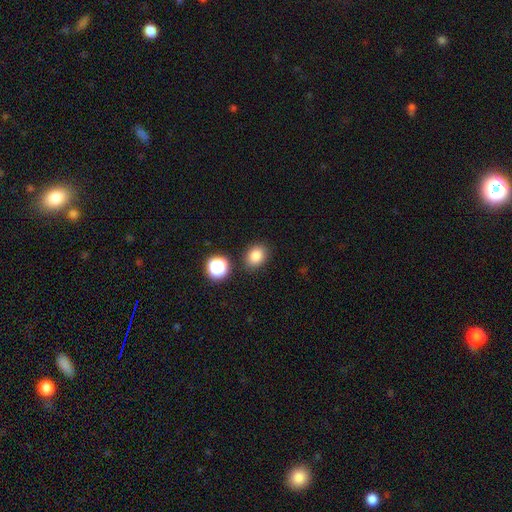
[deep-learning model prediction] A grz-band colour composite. It shows a smooth galaxy with no disk features (82%) that is in between round and cigar-shaped (51%). Merging: none (83%).